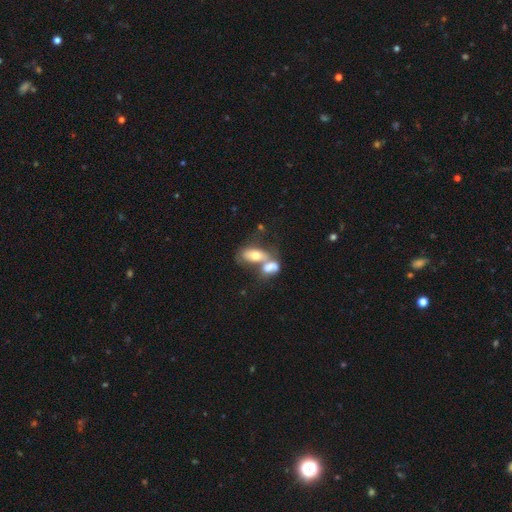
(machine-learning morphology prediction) Q: Smooth or featured?
A: smooth (66%); runner-up: featured or disk (26%)
Q: How rounded?
A: in between (86%); runner-up: cigar-shaped (9%)
Q: Merging?
A: merger (61%); runner-up: none (23%)